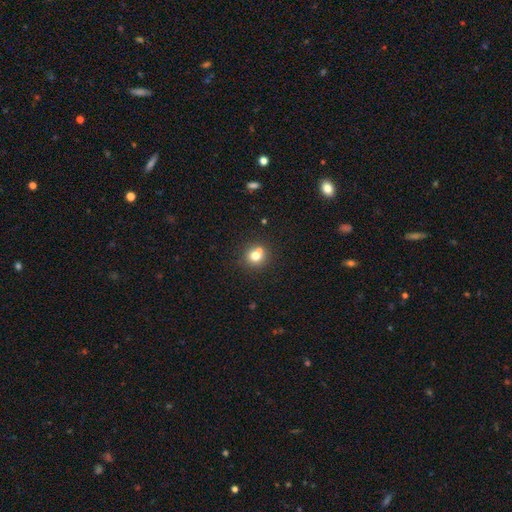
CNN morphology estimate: Q: Smooth or featured?
A: smooth (74%); runner-up: star or artifact (14%)
Q: How rounded?
A: round (89%); runner-up: in between (10%)
Q: Merging?
A: none (61%); runner-up: merger (28%)